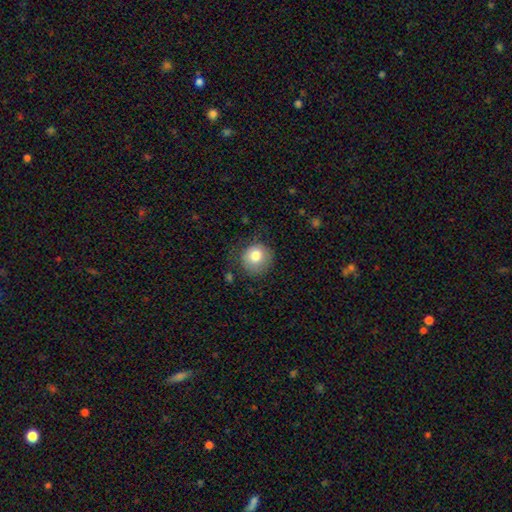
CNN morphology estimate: Smooth or featured? smooth (79%)
How rounded? round (88%)
Merging? none (70%)